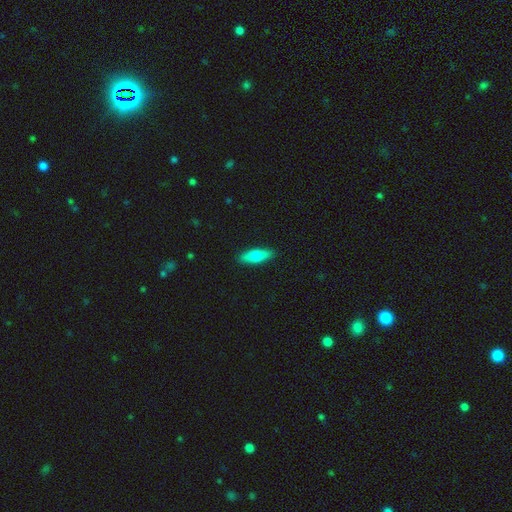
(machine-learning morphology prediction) Smooth or featured?
  - smooth: 69% *
  - featured or disk: 26%
  - star or artifact: 6%
How rounded?
  - cigar-shaped: 50% *
  - in between: 48%
  - round: 2%
Merging?
  - none: 90% *
  - minor disturbance: 7%
  - major disturbance: 2%
  - merger: 1%